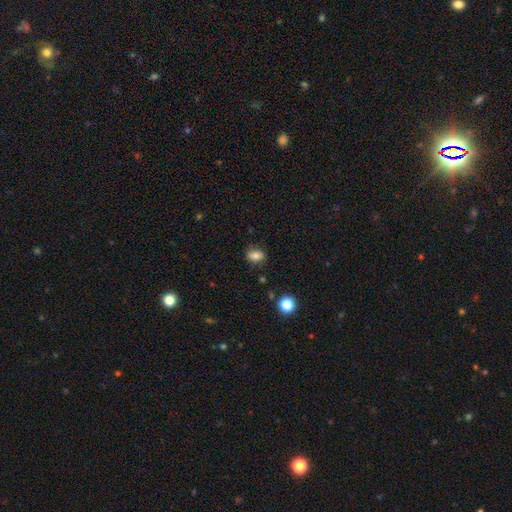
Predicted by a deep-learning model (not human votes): smooth_or_featured: smooth (p=0.79) [alt: star or artifact p=0.11]
how_rounded: in between (p=0.65) [alt: round p=0.33]
merging: none (p=0.80) [alt: minor disturbance p=0.14]